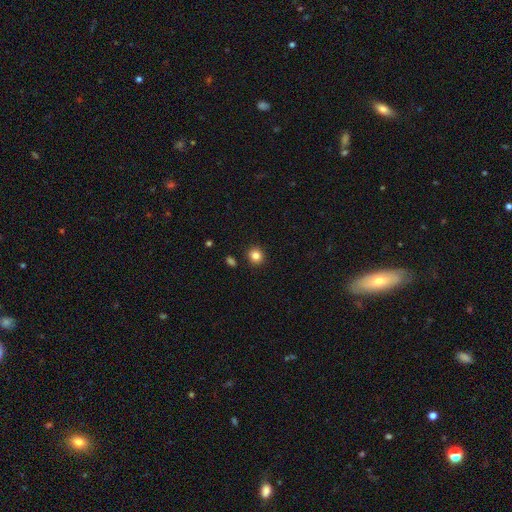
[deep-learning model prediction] Overall: smooth (84%). How rounded: round (89%). Merging: none (90%).